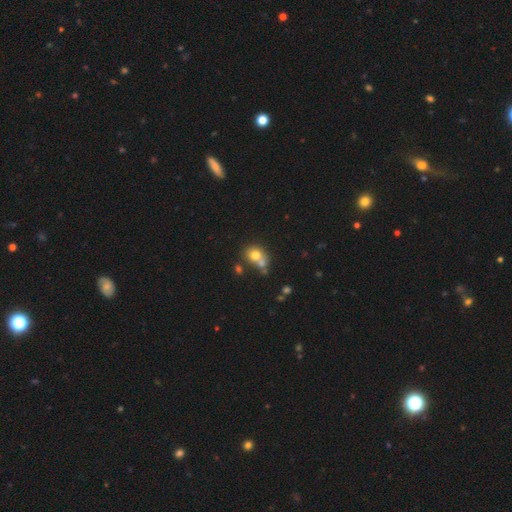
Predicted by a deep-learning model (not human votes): A smooth galaxy with no disk features (72%) that is round (63%). Merging: merger (41%).